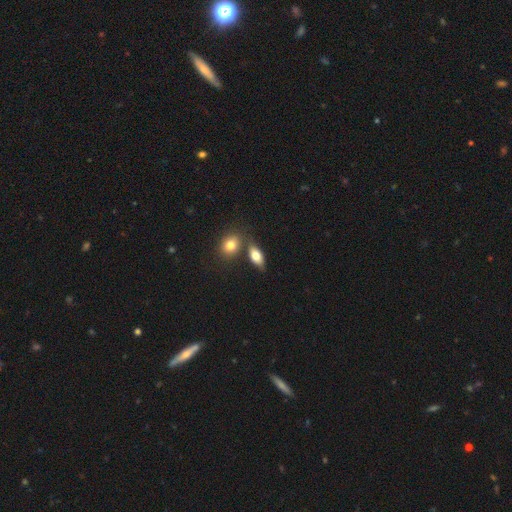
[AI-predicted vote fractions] smooth-or-featured: smooth: 75% | featured or disk: 17% | star or artifact: 8%
  how-rounded: in between: 84% | round: 8% | cigar-shaped: 7%
  merging: none: 62% | merger: 22% | minor disturbance: 12% | major disturbance: 4%